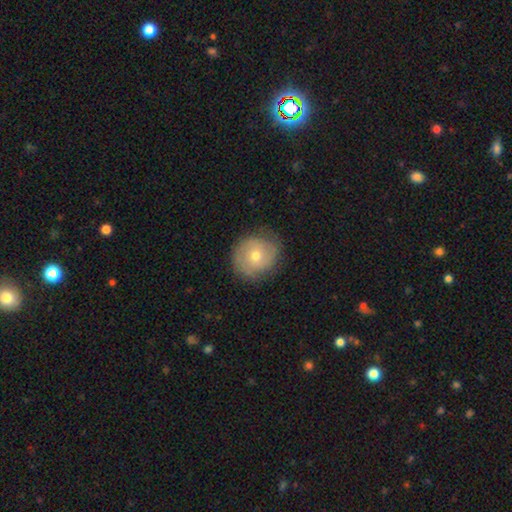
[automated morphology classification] type=smooth (47%); merging=none (78%).